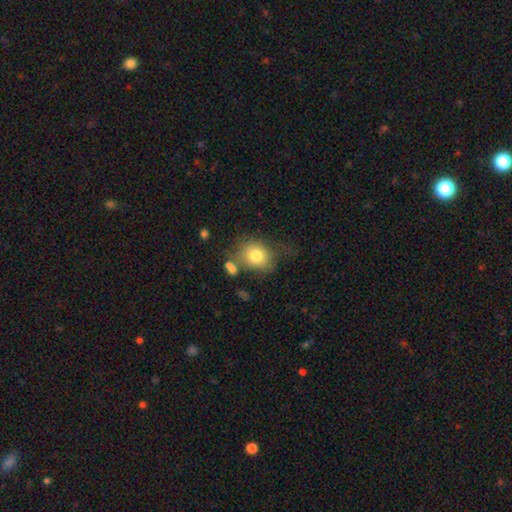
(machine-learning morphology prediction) Q: Smooth or featured?
A: smooth (78%); runner-up: featured or disk (13%)
Q: How rounded?
A: round (58%); runner-up: in between (41%)
Q: Merging?
A: none (50%); runner-up: minor disturbance (24%)